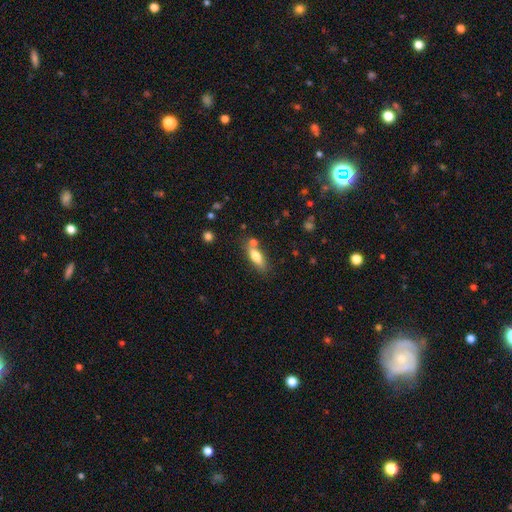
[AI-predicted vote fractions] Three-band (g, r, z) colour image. It shows a smooth galaxy with no disk features (73%) that is in between round and cigar-shaped (61%). Merging: none (64%).